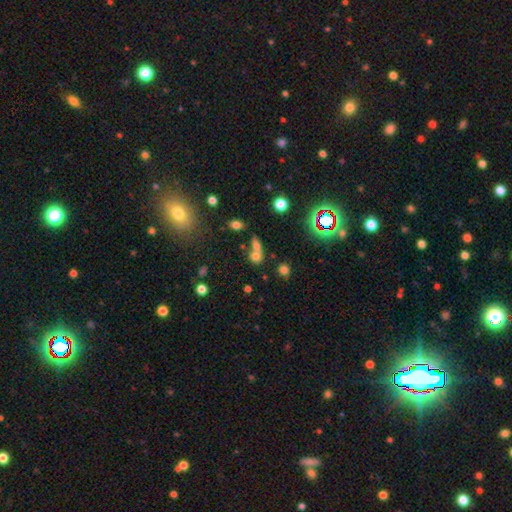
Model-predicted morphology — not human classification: Smooth or featured? Predicted: smooth (p=0.67). How rounded? Predicted: round (p=0.60). Merging? Predicted: merger (p=0.51).